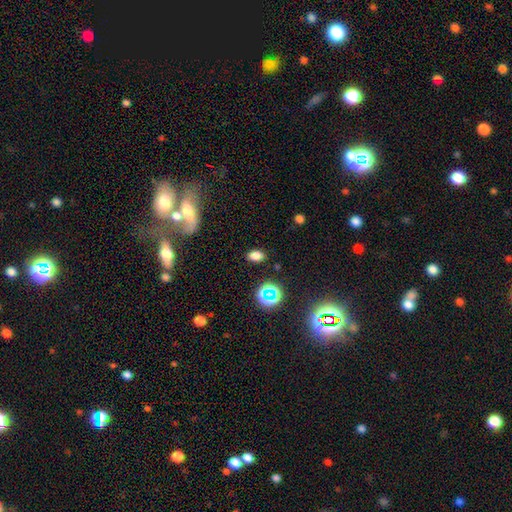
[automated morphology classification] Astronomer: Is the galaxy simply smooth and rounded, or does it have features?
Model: smooth — 78%.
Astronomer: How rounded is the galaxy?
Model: in between — 83%.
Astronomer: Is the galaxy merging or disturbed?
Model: none — 87%.